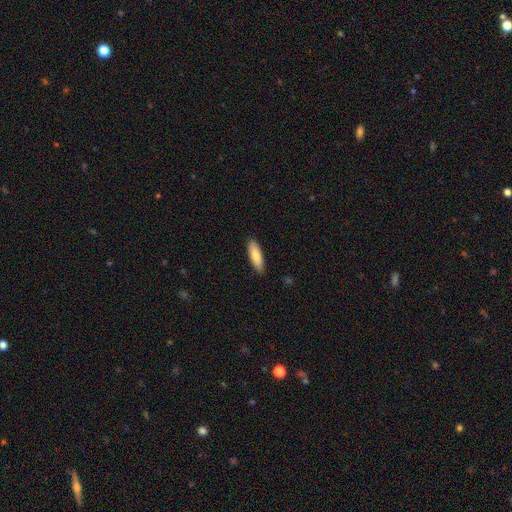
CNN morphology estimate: This is likely a smooth galaxy (78%). How rounded: possibly cigar-shaped (51%). Merging: clearly none (88%).